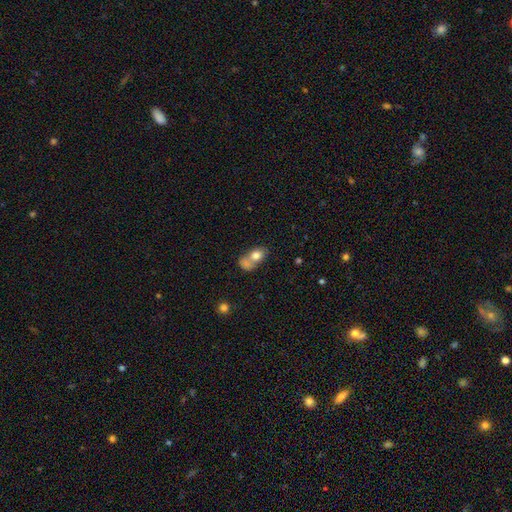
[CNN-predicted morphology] smooth-or-featured: smooth: 75% | featured or disk: 16% | star or artifact: 9%
  how-rounded: in between: 64% | round: 34% | cigar-shaped: 2%
  merging: merger: 63% | none: 21% | minor disturbance: 9% | major disturbance: 6%